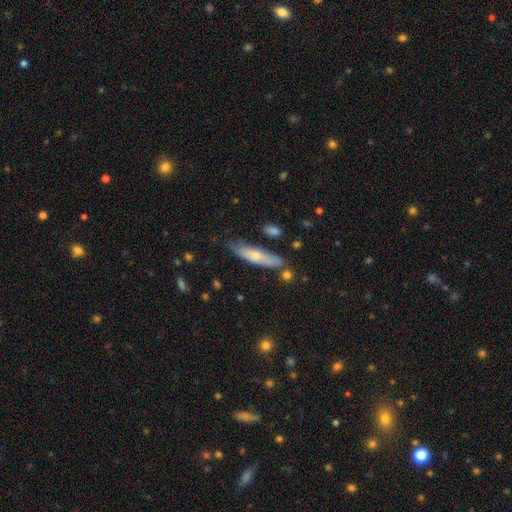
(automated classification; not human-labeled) Smooth or featured: smooth — 62% (featured or disk — 32%)
How rounded: cigar-shaped — 73% (in between — 25%)
Merging: none — 66% (minor disturbance — 24%)